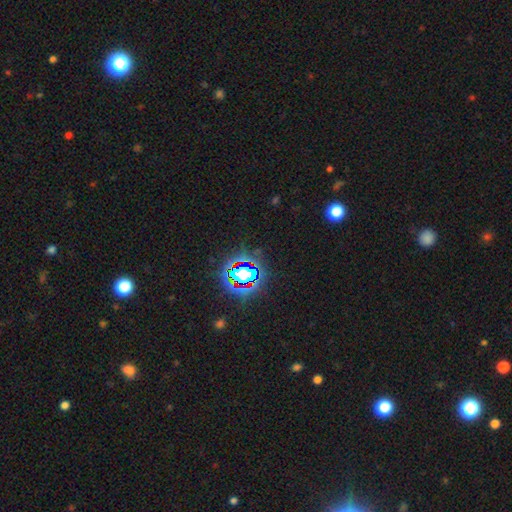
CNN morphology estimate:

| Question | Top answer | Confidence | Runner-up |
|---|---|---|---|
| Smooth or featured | star or artifact | 81% | smooth (11%) |